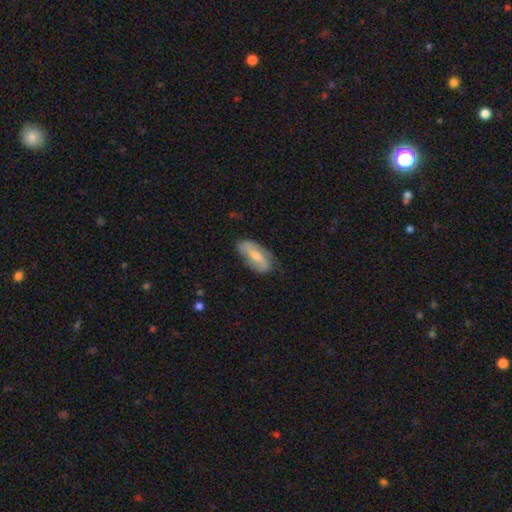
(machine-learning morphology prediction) Smooth or featured? featured or disk (54%)
Edge-on disk? no (91%)
Merging? none (65%)